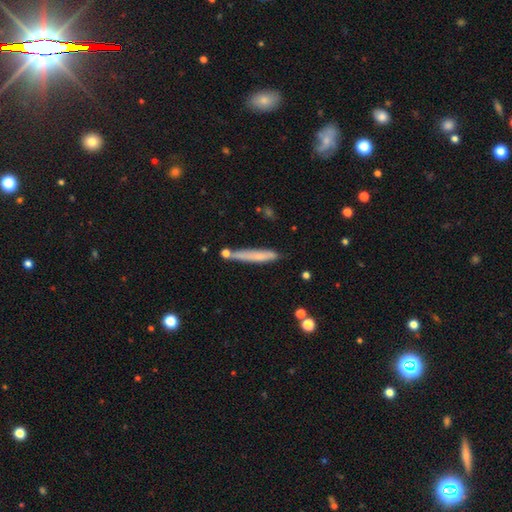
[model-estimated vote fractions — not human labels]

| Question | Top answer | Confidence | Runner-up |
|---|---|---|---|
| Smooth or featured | smooth | 63% | featured or disk (29%) |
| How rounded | cigar-shaped | 94% | in between (5%) |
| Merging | none | 73% | minor disturbance (16%) |